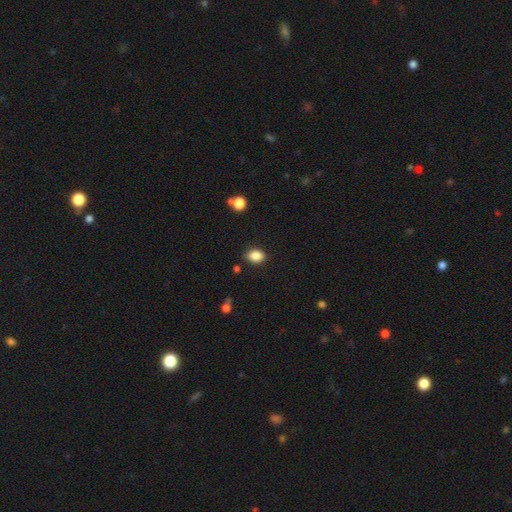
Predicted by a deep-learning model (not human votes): A smooth galaxy with no disk features (86%) that is in between round and cigar-shaped (74%). Merging: none (82%).